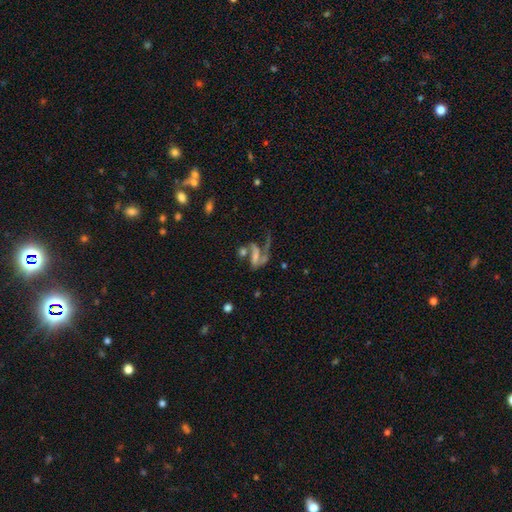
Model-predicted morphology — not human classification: This appears to be a featured or disk galaxy (54%). Merging: major disturbance (36%).